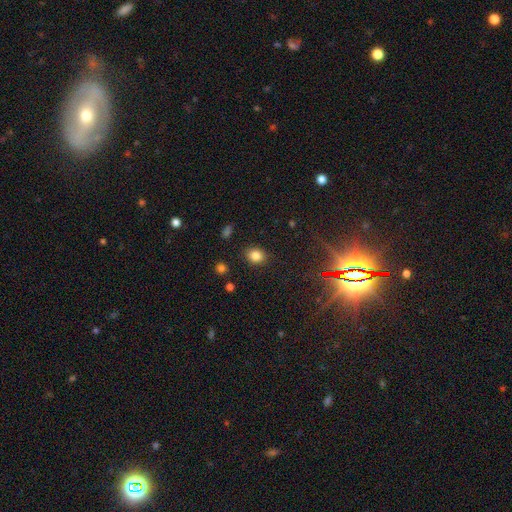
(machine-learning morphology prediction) smooth 82%, star or artifact 13%, featured or disk 6%. Down the decision tree: how rounded — round (66%); merging — none (87%).